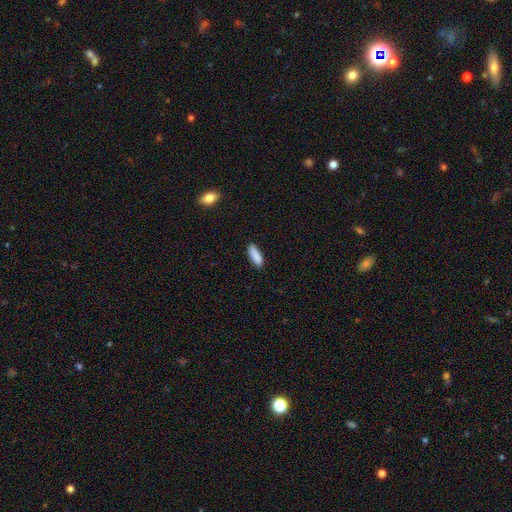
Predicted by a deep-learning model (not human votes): Smooth or featured? smooth (89%)
How rounded? in between (59%)
Merging? none (85%)